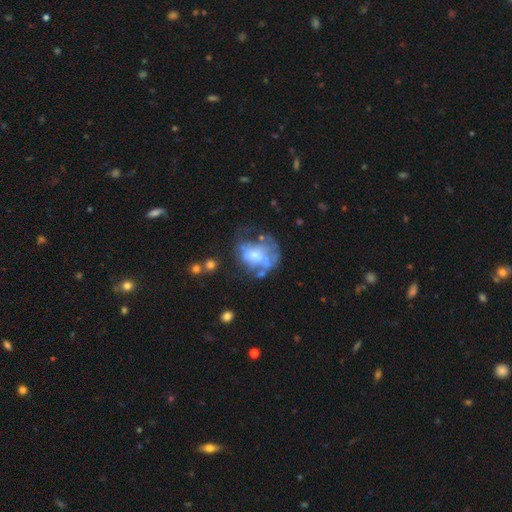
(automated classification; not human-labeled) Smooth or featured? Predicted: featured or disk (p=0.53). Edge-on disk? Predicted: no (p=0.97). Bar? Predicted: no (p=0.78). Spiral arms? Predicted: no (p=0.74). Bulge size? Predicted: moderate (p=0.44). Merging? Predicted: major disturbance (p=0.35).